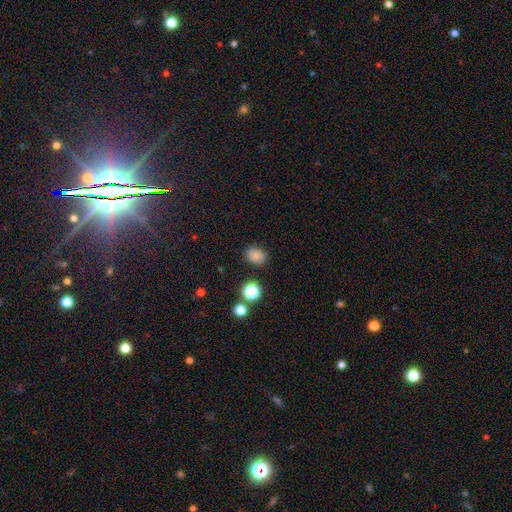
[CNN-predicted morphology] smooth 80%, star or artifact 15%, featured or disk 5%. Down the decision tree: how rounded — round (55%); merging — none (82%).